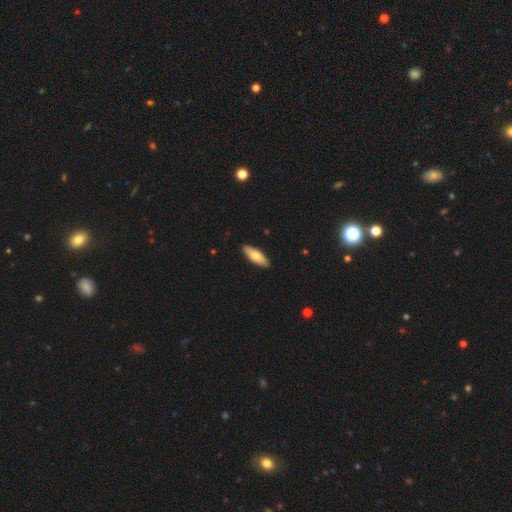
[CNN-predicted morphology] Smooth or featured? smooth (71%)
How rounded? in between (59%)
Merging? none (90%)